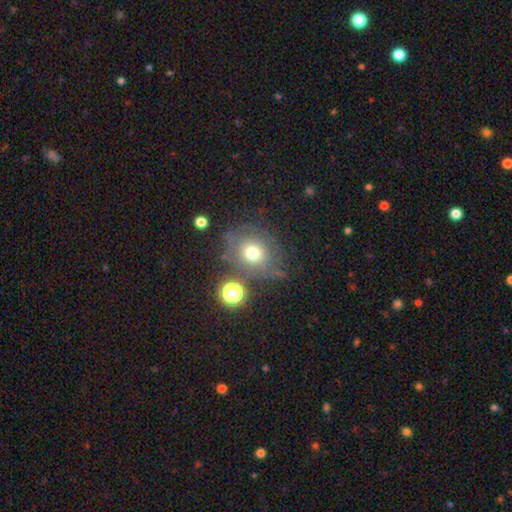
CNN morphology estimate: Smooth or featured: smooth — 53% (star or artifact — 33%)
How rounded: round — 73% (in between — 25%)
Merging: none — 73% (merger — 12%)